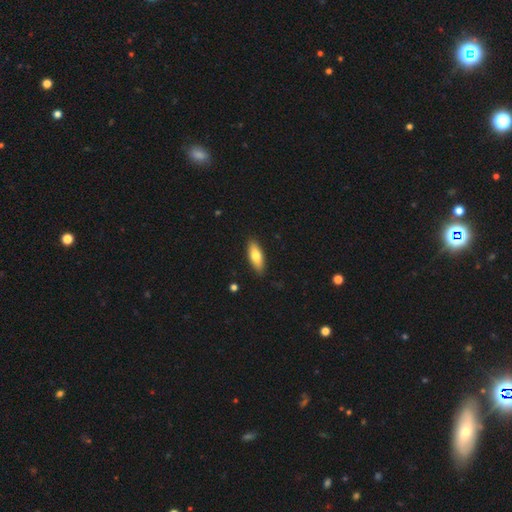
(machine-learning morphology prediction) Q: Smooth or featured?
A: smooth (74%); runner-up: featured or disk (20%)
Q: How rounded?
A: in between (70%); runner-up: cigar-shaped (28%)
Q: Merging?
A: none (88%); runner-up: minor disturbance (9%)